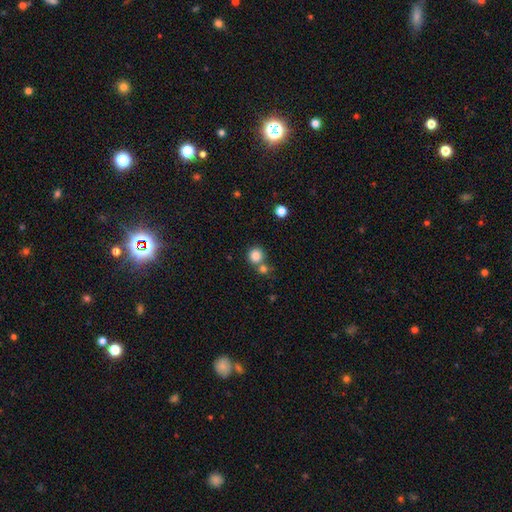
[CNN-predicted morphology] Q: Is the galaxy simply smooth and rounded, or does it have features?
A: smooth — 84%.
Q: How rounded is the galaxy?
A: round — 91%.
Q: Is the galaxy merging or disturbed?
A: none — 63%.